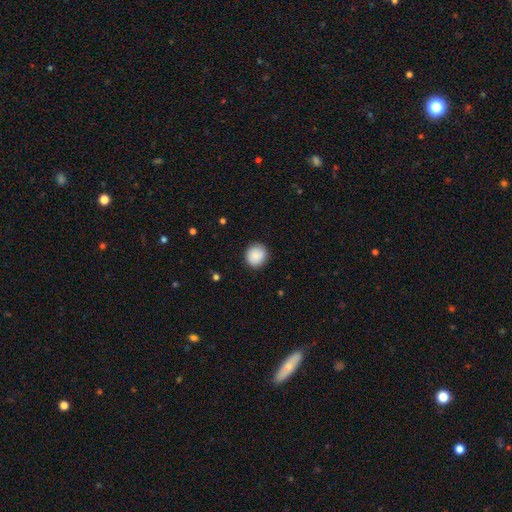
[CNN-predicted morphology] type=smooth (88%); roundness=round (89%); merging=none (90%).